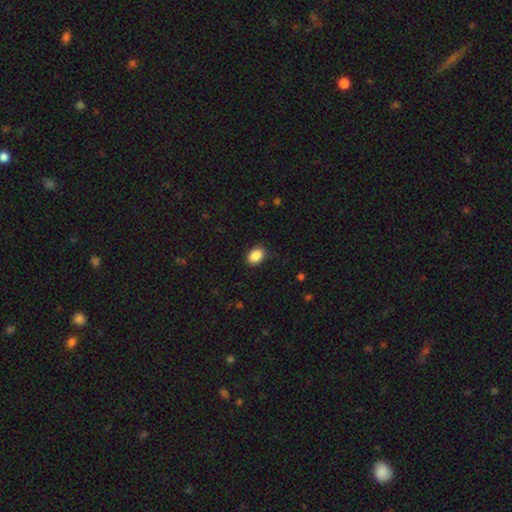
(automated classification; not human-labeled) A smooth galaxy with no disk features (89%) that is in between round and cigar-shaped (86%).

Vote fractions:
- Smooth or featured? smooth: 89% / star or artifact: 7% / featured or disk: 3%
- How rounded? in between: 86% / round: 13% / cigar-shaped: 1%
- Merging? none: 86% / minor disturbance: 10% / major disturbance: 2% / merger: 1%